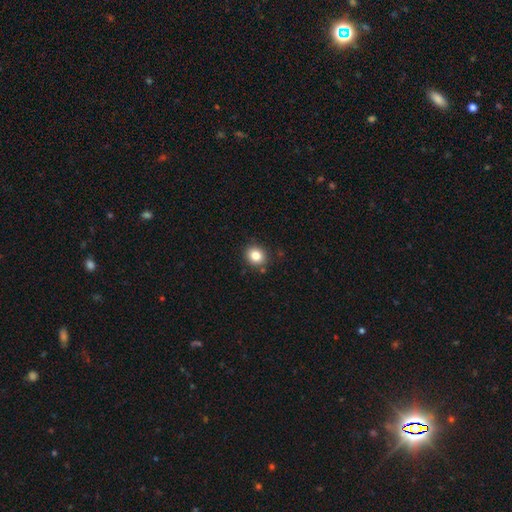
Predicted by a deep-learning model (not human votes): This is clearly a smooth galaxy (83%). How rounded: likely round (78%). Merging: clearly none (87%).